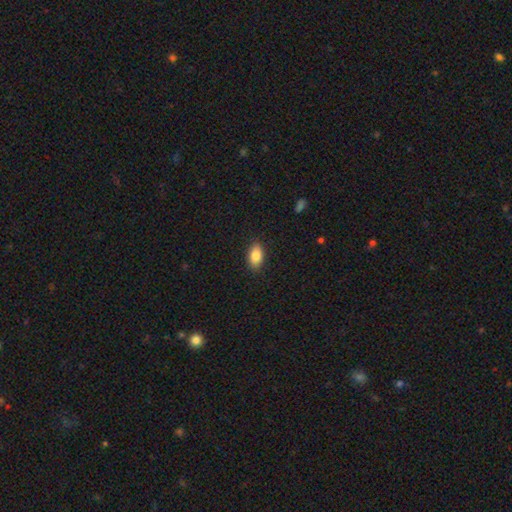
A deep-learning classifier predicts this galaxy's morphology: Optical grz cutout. It shows a smooth galaxy with no disk features (85%) that is in between round and cigar-shaped (91%). Merging: none (89%).